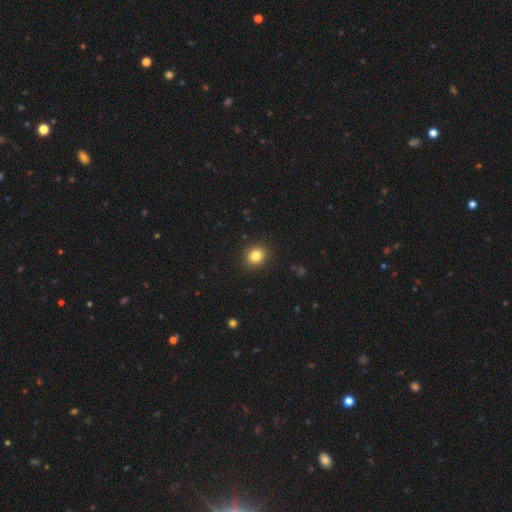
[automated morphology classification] Smooth or featured: smooth — 83% (star or artifact — 11%)
How rounded: round — 72% (in between — 27%)
Merging: none — 91% (minor disturbance — 6%)